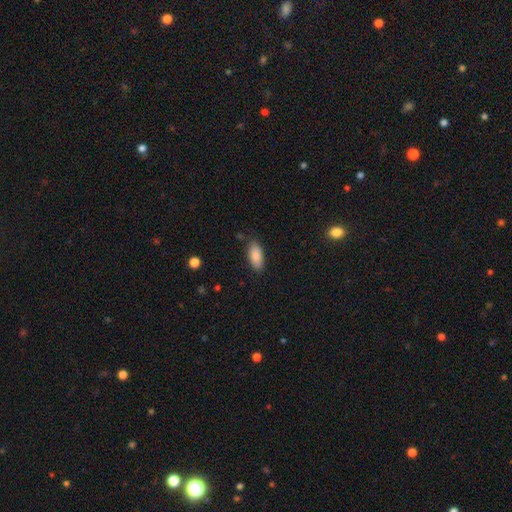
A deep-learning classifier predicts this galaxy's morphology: This appears to be a smooth galaxy with no disk features (86%) that is in between round and cigar-shaped (89%). Merging: none (83%).